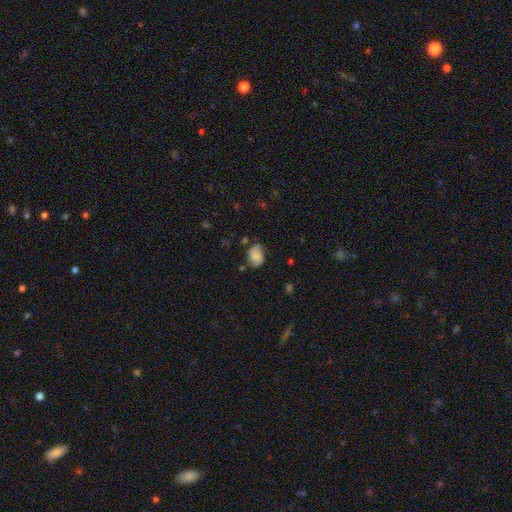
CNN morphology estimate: A smooth galaxy with no disk features (55%) that is in between round and cigar-shaped (68%).

Vote fractions:
- Smooth or featured? smooth: 55% / featured or disk: 36% / star or artifact: 10%
- How rounded? in between: 68% / round: 31% / cigar-shaped: 1%
- Merging? none: 55% / minor disturbance: 30% / major disturbance: 12% / merger: 3%